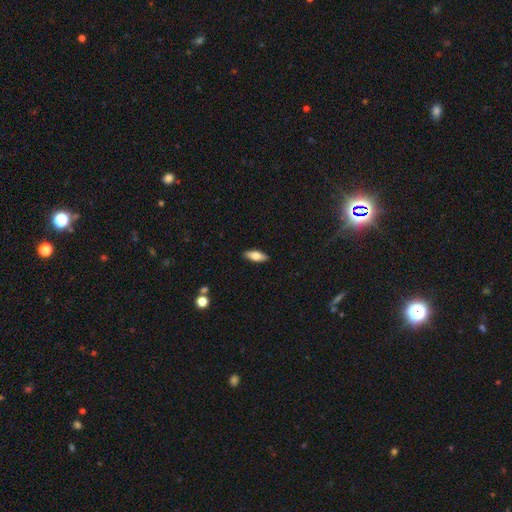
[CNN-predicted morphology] smooth_or_featured: smooth (p=0.73) [alt: featured or disk p=0.21]
how_rounded: in between (p=0.74) [alt: cigar-shaped p=0.24]
merging: none (p=0.89) [alt: minor disturbance p=0.08]